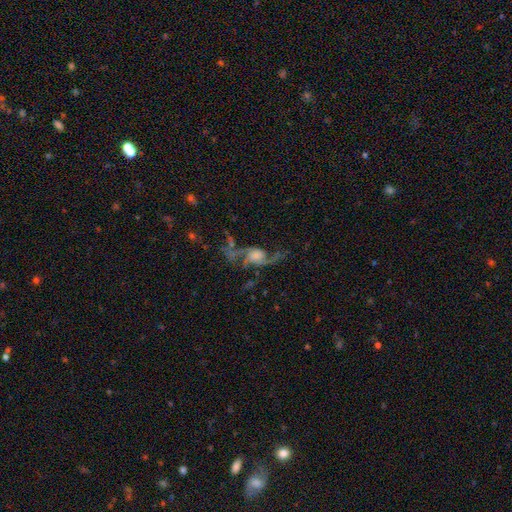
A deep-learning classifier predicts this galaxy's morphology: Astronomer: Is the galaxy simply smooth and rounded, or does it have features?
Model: featured or disk — 82%.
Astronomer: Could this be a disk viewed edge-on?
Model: no — 94%.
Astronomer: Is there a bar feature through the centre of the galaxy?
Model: no — 66%.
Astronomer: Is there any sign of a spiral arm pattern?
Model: yes — 93%.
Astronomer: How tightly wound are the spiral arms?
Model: loose — 76%.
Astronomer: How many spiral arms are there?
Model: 2 — 89%.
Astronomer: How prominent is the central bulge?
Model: large — 31% (runner-up: none, 22%).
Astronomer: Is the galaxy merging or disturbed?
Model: none — 48% (runner-up: major disturbance, 27%).